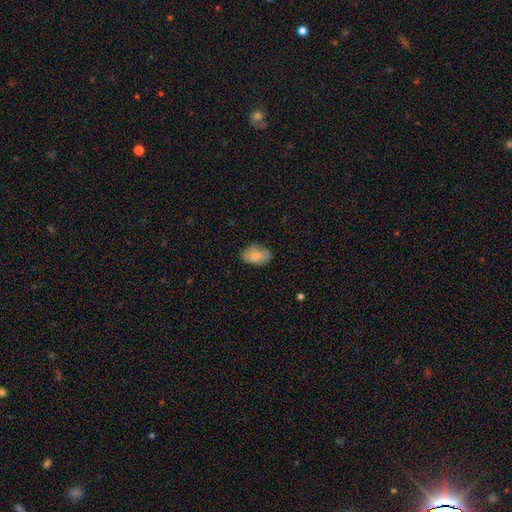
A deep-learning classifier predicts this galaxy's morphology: Smooth or featured: smooth — 71% (featured or disk — 22%)
How rounded: in between — 86% (round — 13%)
Merging: none — 73% (minor disturbance — 21%)